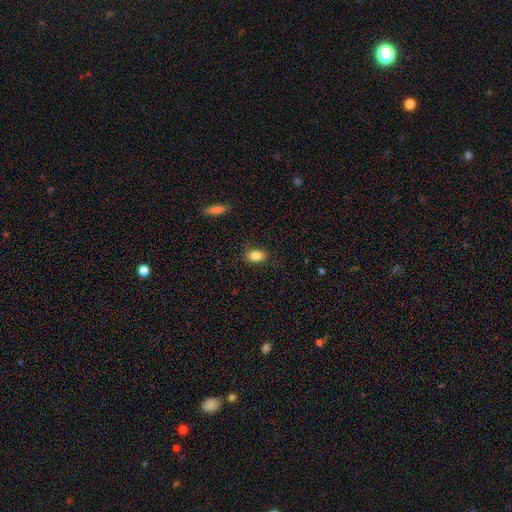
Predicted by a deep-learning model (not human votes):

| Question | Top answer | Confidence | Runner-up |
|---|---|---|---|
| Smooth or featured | smooth | 84% | star or artifact (8%) |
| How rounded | in between | 85% | round (12%) |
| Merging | none | 84% | minor disturbance (12%) |